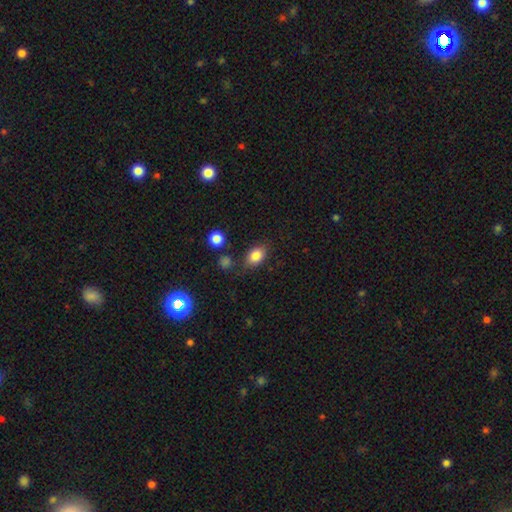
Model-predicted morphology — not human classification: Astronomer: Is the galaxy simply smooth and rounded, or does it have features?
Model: smooth — 83%.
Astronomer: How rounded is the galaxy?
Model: in between — 78%.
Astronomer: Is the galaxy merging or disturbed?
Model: none — 74%.